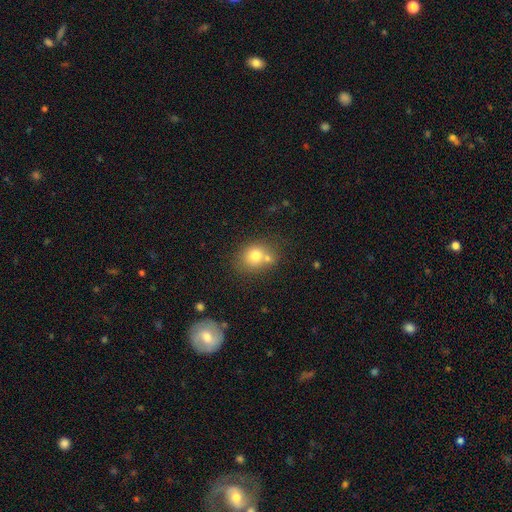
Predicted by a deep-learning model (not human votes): A smooth galaxy with no disk features (75%) that is round (67%).

Vote fractions:
- Smooth or featured? smooth: 75% / featured or disk: 14% / star or artifact: 11%
- How rounded? round: 67% / in between: 32% / cigar-shaped: 1%
- Merging? none: 51% / merger: 32% / minor disturbance: 12% / major disturbance: 4%